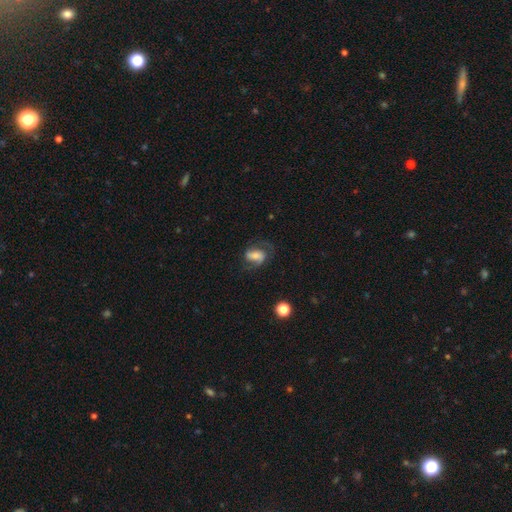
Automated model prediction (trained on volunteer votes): Smooth or featured: featured or disk — 61% (smooth — 30%)
Edge-on disk: no — 97% (yes — 3%)
Bar: weak — 39% (no — 36%)
Spiral arms: yes — 90% (no — 10%)
Spiral winding: medium — 49% (loose — 33%)
Spiral arm count: 2 — 82% (1 — 8%)
Bulge size: small — 33% (moderate — 30%)
Merging: none — 58% (minor disturbance — 21%)